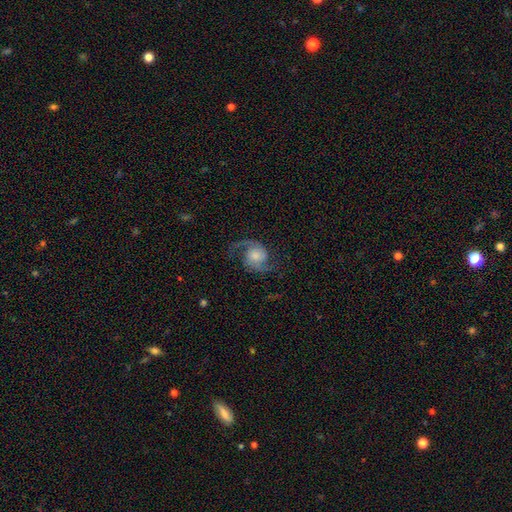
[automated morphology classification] smooth-or-featured: featured or disk: 87% | smooth: 7% | star or artifact: 6%
  disk-edge-on: no: 98% | yes: 2%
    bar: no: 68% | weak: 26% | strong: 5%
    has-spiral-arms: yes: 98% | no: 2%
      spiral-winding: loose: 47% | medium: 44% | tight: 9%
      spiral-arm-count: 2: 94% | 1: 2% | can't tell: 2% | 3: 1% | 4: 1% | more than 4: 1%
    bulge-size: moderate: 39% | small: 27% | large: 19% | none: 11% | dominant: 4%
  merging: none: 76% | minor disturbance: 14% | major disturbance: 9% | merger: 1%